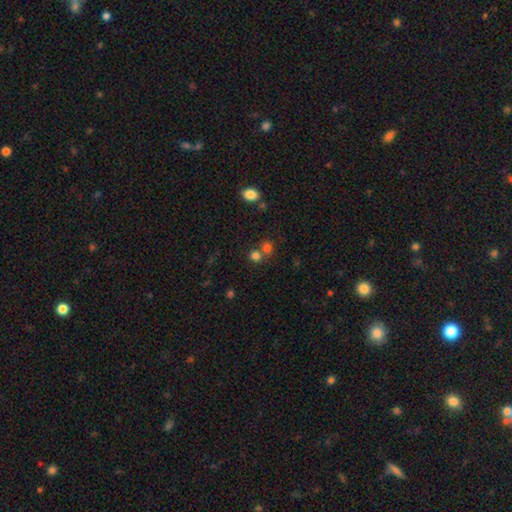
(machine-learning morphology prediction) Smooth or featured? smooth (75%)
How rounded? round (84%)
Merging? none (54%)